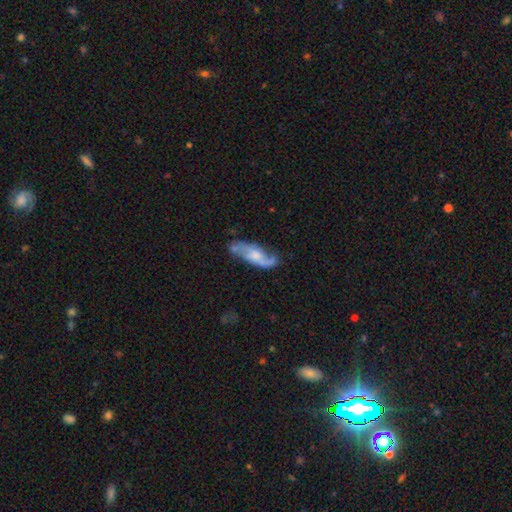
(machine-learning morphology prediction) This is likely a featured or disk galaxy (71%). It is clearly not viewed edge-on (85%). Bar: possibly no (56%). Spiral arm pattern: clearly yes (91%). Spiral arm count: clearly 2 (85%). Spiral winding: possibly loose (58%). Central bulge: possibly moderate (45%). Merging: likely none (63%).